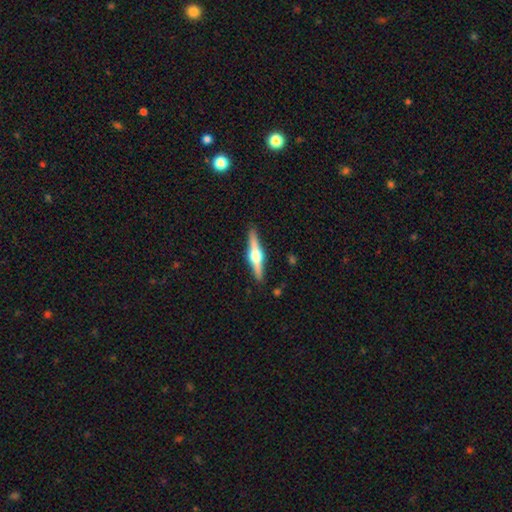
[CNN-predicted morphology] Smooth or featured? Predicted: featured or disk (p=0.78). Edge-on disk? Predicted: yes (p=0.98). Edge-on bulge? Predicted: rounded (p=0.96). Merging? Predicted: none (p=0.91).